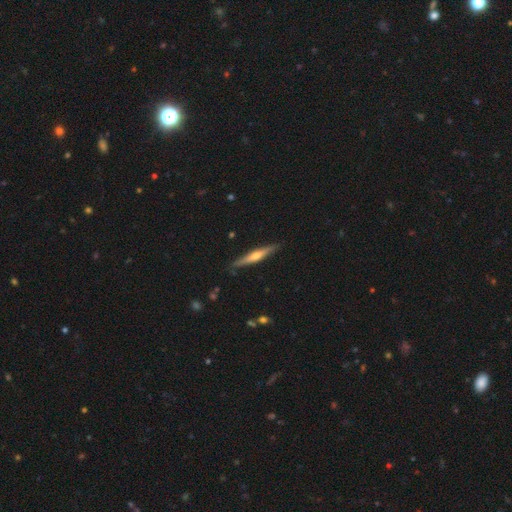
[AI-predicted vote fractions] Smooth or featured? featured or disk (60%)
Edge-on disk? yes (96%)
Edge-on bulge? rounded (81%)
Merging? none (88%)